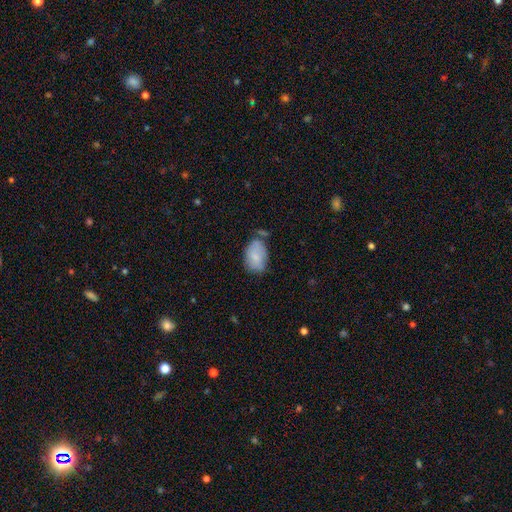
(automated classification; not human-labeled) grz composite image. It shows a smooth galaxy with no disk features (81%) that is in between round and cigar-shaped (87%). Merging: none (52%).